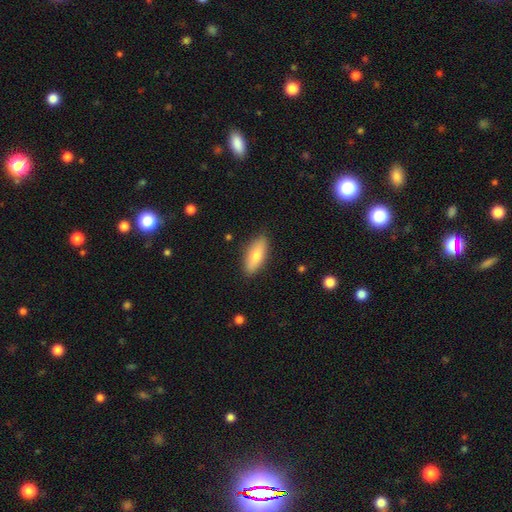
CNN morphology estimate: smooth 73%, featured or disk 21%, star or artifact 6%. Down the decision tree: how rounded — in between (73%); merging — none (87%).